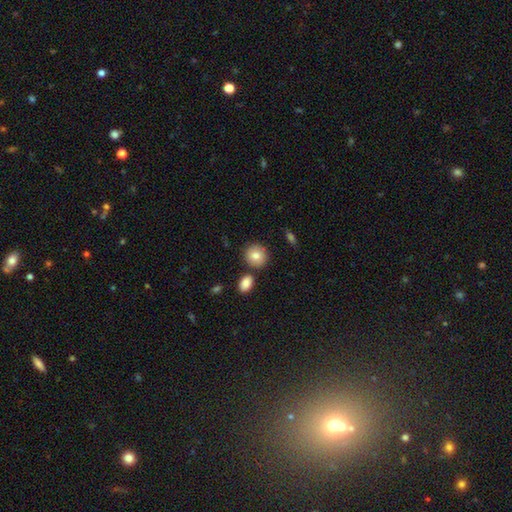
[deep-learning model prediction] A smooth galaxy with no disk features (83%) that is round (85%).

Vote fractions:
- Smooth or featured? smooth: 83% / featured or disk: 10% / star or artifact: 8%
- How rounded? round: 85% / in between: 13% / cigar-shaped: 1%
- Merging? none: 79% / merger: 10% / minor disturbance: 9% / major disturbance: 2%